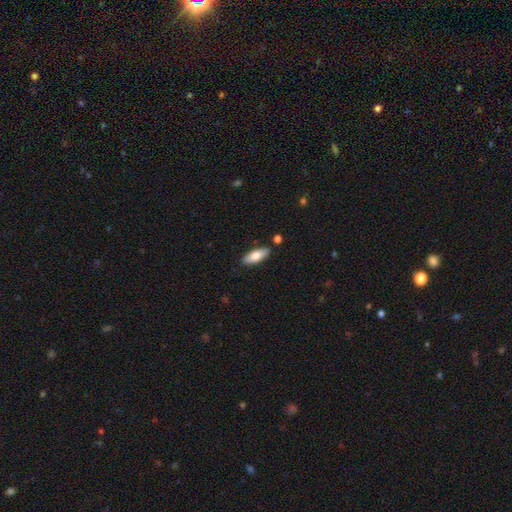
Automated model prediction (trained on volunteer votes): A smooth galaxy with no disk features (78%) that is in between round and cigar-shaped (73%). Merging: none (86%).